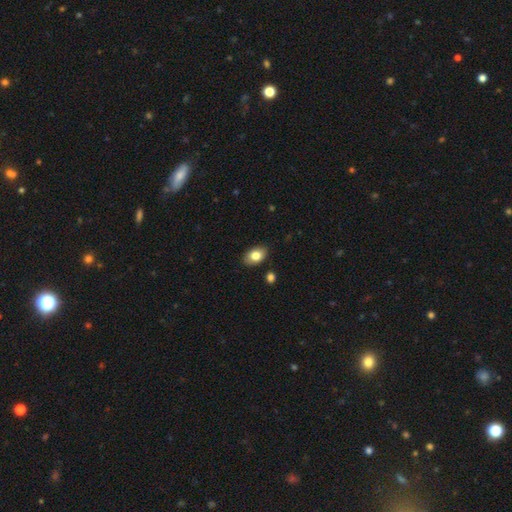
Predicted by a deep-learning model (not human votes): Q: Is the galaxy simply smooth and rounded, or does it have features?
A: smooth — 81%.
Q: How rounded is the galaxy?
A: in between — 87%.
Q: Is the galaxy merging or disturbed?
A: none — 86%.